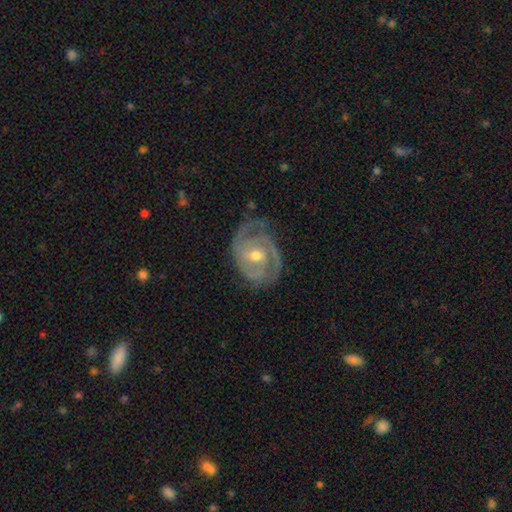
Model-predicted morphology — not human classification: A featured or disk galaxy (88%) with no bar (51%), 2 (56%) tight (61%) spiral arms (96%) and a moderate central bulge (68%).

Vote fractions:
- Smooth or featured? featured or disk: 88% / smooth: 8% / star or artifact: 5%
- Edge-on disk? no: 97% / yes: 3%
- Bar? no: 51% / weak: 38% / strong: 11%
- Spiral arms? yes: 96% / no: 4%
- Spiral winding? tight: 61% / medium: 32% / loose: 7%
- Spiral arm count? 2: 56% / 3: 17% / can't tell: 14% / 1: 8% / 4: 3% / more than 4: 3%
- Bulge size? moderate: 68% / small: 29% / large: 2% / none: 1% / dominant: 1%
- Merging? none: 66% / minor disturbance: 24% / major disturbance: 9% / merger: 1%